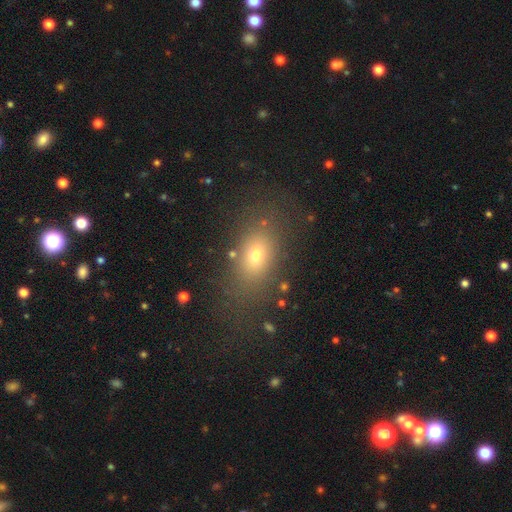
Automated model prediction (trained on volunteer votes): Smooth or featured?
  - smooth: 67% *
  - star or artifact: 19%
  - featured or disk: 14%
How rounded?
  - in between: 74% *
  - round: 21%
  - cigar-shaped: 5%
Merging?
  - none: 79% *
  - minor disturbance: 12%
  - major disturbance: 7%
  - merger: 2%